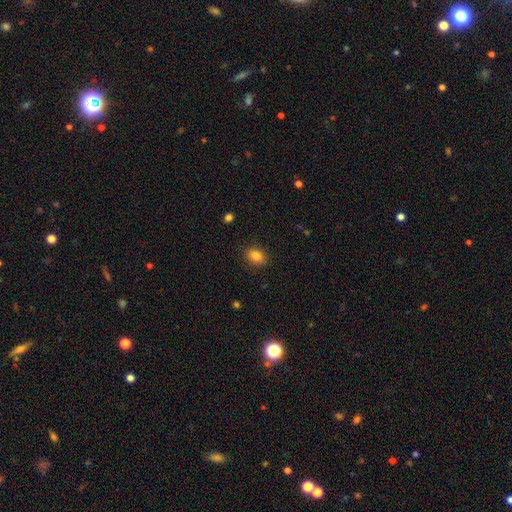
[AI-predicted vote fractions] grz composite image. It shows a smooth galaxy with no disk features (84%) that is in between round and cigar-shaped (72%). Merging: none (88%).